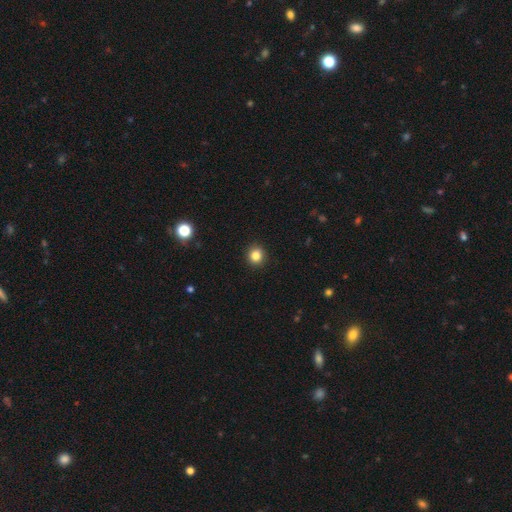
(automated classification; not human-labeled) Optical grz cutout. It shows a smooth galaxy with no disk features (84%) that is round (84%). Merging: none (91%).